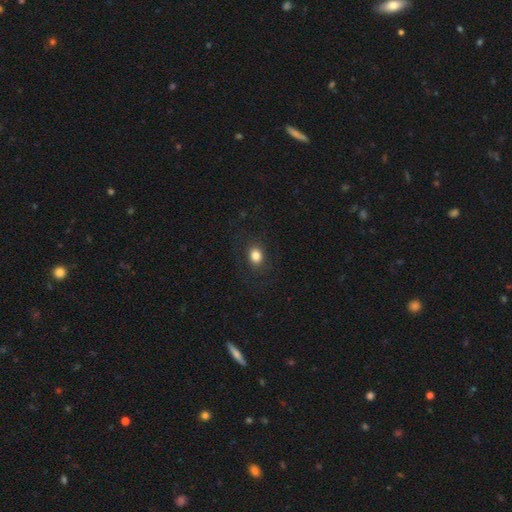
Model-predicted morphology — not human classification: Smooth or featured? smooth (84%)
How rounded? round (53%)
Merging? none (84%)